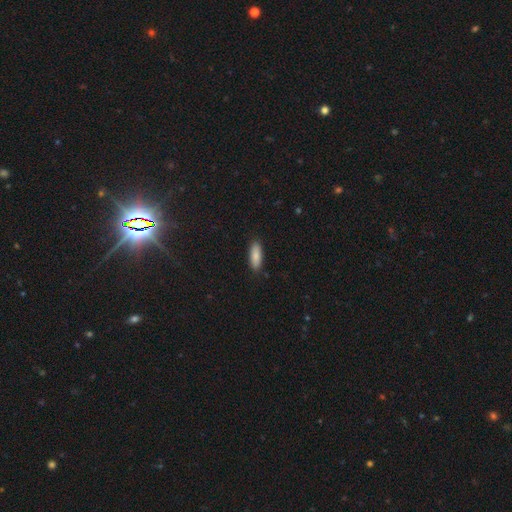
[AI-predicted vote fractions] Smooth or featured: smooth — 85% (featured or disk — 8%)
How rounded: in between — 65% (cigar-shaped — 33%)
Merging: none — 88% (minor disturbance — 9%)